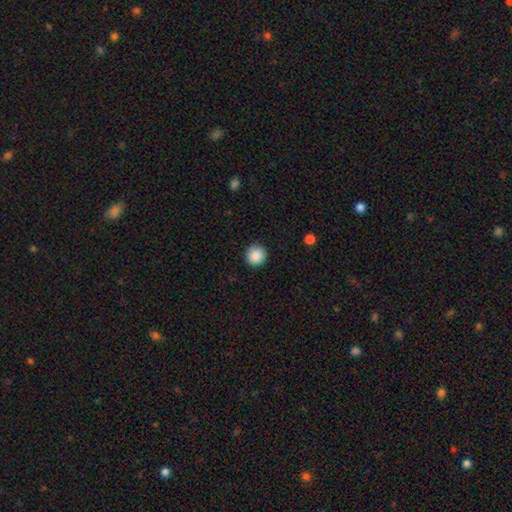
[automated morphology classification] A smooth galaxy with no disk features (89%) that is round (95%). Merging: none (91%).